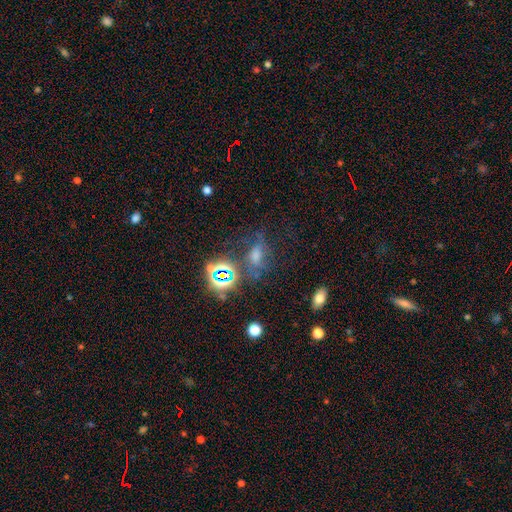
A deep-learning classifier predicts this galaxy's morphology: A star or artifact, not a galaxy (45%).

Vote fractions:
- Smooth or featured? star or artifact: 45% / smooth: 31% / featured or disk: 24%